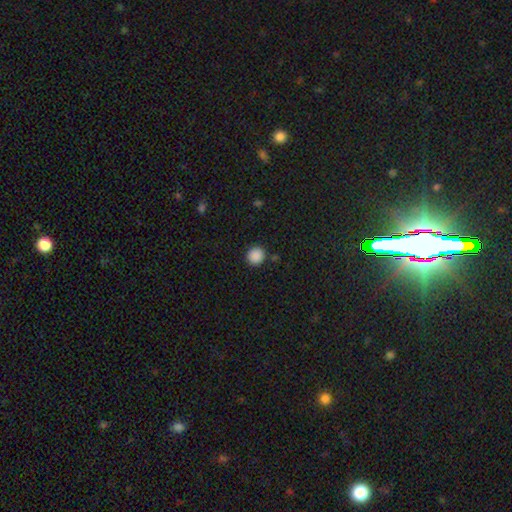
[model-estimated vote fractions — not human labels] Smooth or featured?
  - smooth: 88% *
  - star or artifact: 10%
  - featured or disk: 2%
How rounded?
  - round: 93% *
  - in between: 6%
  - cigar-shaped: 1%
Merging?
  - none: 89% *
  - minor disturbance: 6%
  - major disturbance: 2%
  - merger: 2%